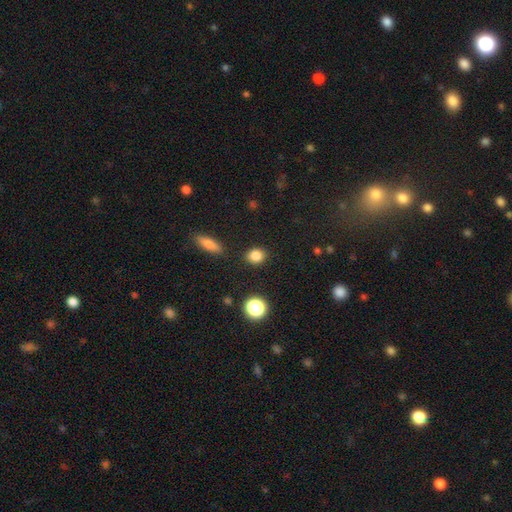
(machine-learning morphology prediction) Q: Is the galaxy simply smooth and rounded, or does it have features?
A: smooth — 84%.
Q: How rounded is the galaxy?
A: round — 59%.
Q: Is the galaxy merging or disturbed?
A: none — 87%.